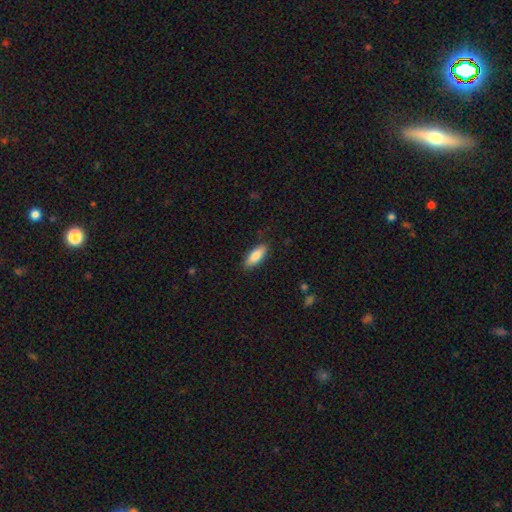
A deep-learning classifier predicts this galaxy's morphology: This is clearly a smooth galaxy (84%). How rounded: likely in between (74%). Merging: clearly none (84%).